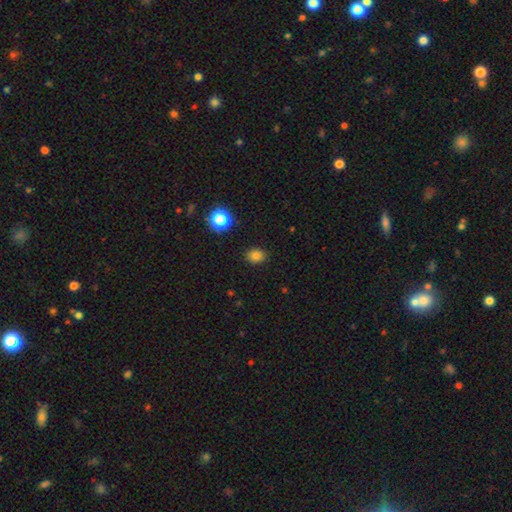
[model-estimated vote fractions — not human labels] This is likely a smooth galaxy (80%). How rounded: possibly round (55%). Merging: clearly none (88%).